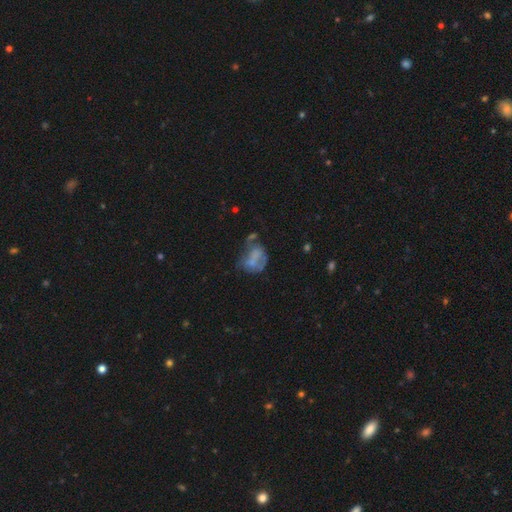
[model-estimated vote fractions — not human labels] A featured or disk galaxy (44%). Merging: major disturbance (32%).